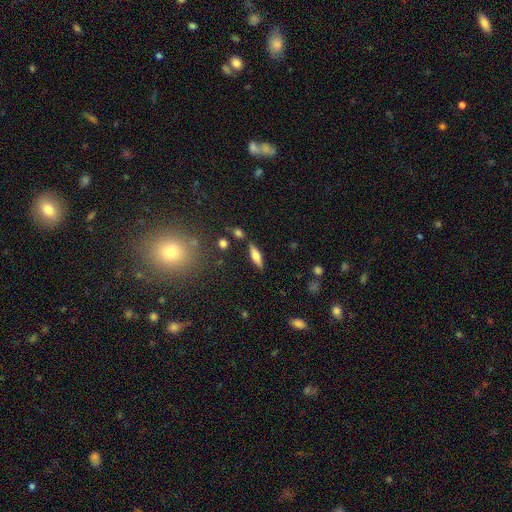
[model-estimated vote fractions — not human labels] Morphology: type=smooth (49%); merging=none (81%).